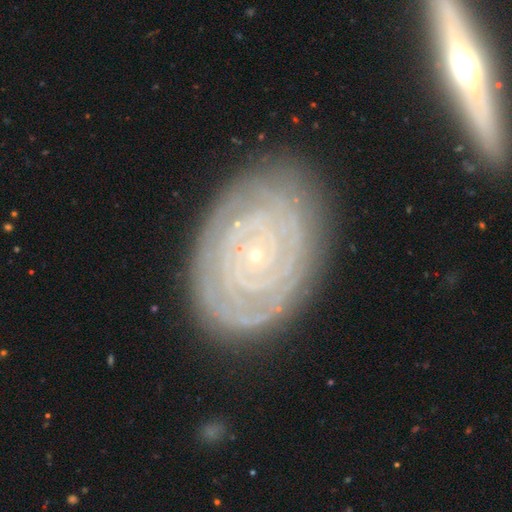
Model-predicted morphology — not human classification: Smooth or featured: featured or disk — 83% (smooth — 11%)
Edge-on disk: no — 96% (yes — 4%)
Bar: no — 84% (weak — 11%)
Spiral arms: yes — 91% (no — 9%)
Spiral winding: tight — 89% (medium — 8%)
Spiral arm count: can't tell — 39% (2 — 19%)
Bulge size: small — 88% (moderate — 9%)
Merging: none — 80% (minor disturbance — 14%)